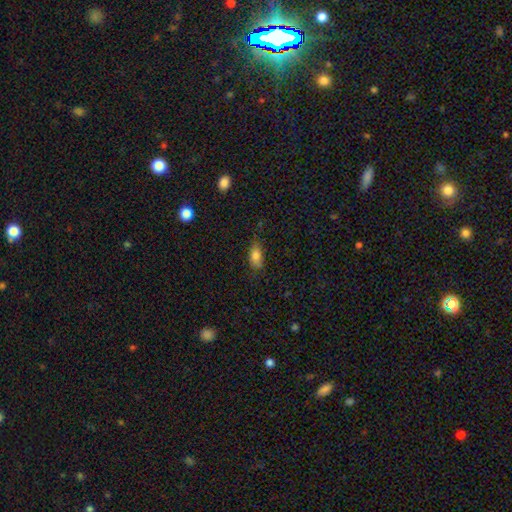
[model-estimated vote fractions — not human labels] Morphology: type=smooth (80%); roundness=in between (85%); merging=none (65%).